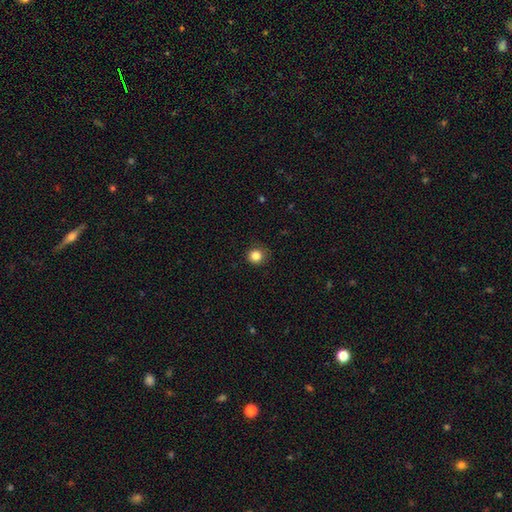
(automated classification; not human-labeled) smooth-or-featured: smooth: 84% | star or artifact: 11% | featured or disk: 4%
  how-rounded: round: 90% | in between: 9% | cigar-shaped: 1%
  merging: none: 85% | minor disturbance: 11% | major disturbance: 3% | merger: 1%